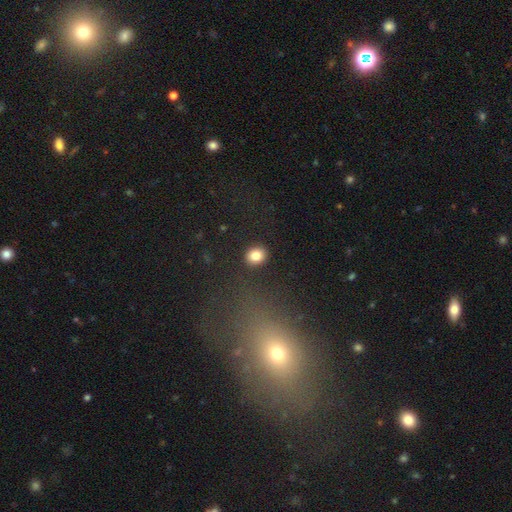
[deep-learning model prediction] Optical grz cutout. It shows a smooth galaxy with no disk features (83%) that is round (65%). Merging: none (90%).